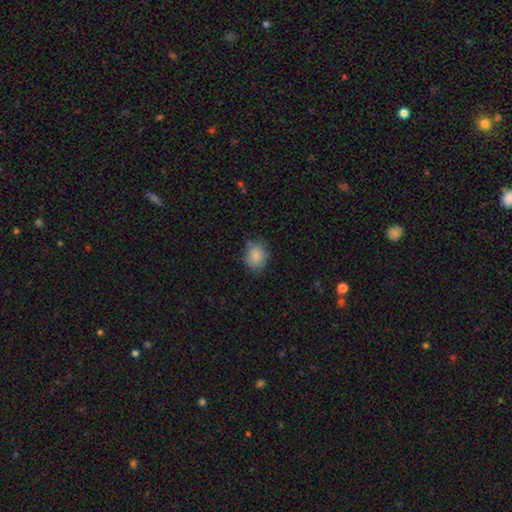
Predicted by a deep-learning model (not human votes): A smooth galaxy with no disk features (86%) that is round (63%). Merging: none (76%).